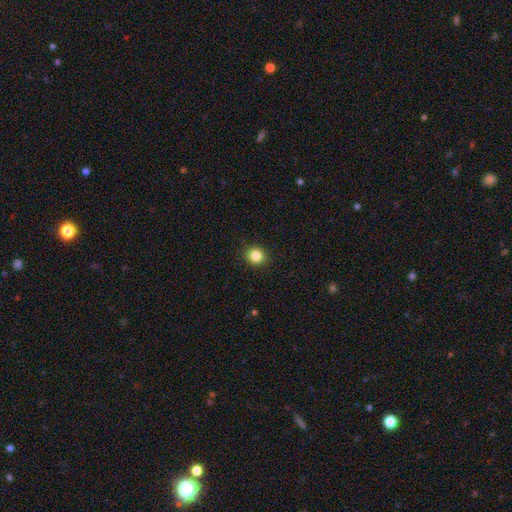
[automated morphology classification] Q: Smooth or featured?
A: smooth (84%); runner-up: star or artifact (11%)
Q: How rounded?
A: round (86%); runner-up: in between (13%)
Q: Merging?
A: none (92%); runner-up: minor disturbance (6%)